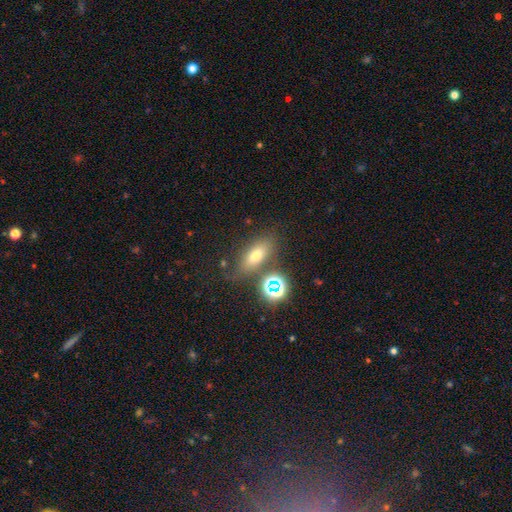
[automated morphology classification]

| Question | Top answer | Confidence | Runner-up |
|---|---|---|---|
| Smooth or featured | smooth | 61% | star or artifact (21%) |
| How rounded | in between | 66% | cigar-shaped (20%) |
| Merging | none | 70% | minor disturbance (14%) |